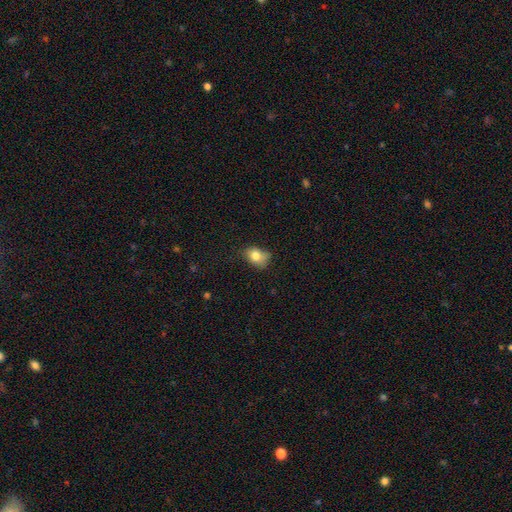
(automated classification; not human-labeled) smooth-or-featured: smooth: 79% | featured or disk: 11% | star or artifact: 10%
  how-rounded: in between: 68% | round: 30% | cigar-shaped: 1%
  merging: none: 51% | minor disturbance: 35% | major disturbance: 11% | merger: 3%